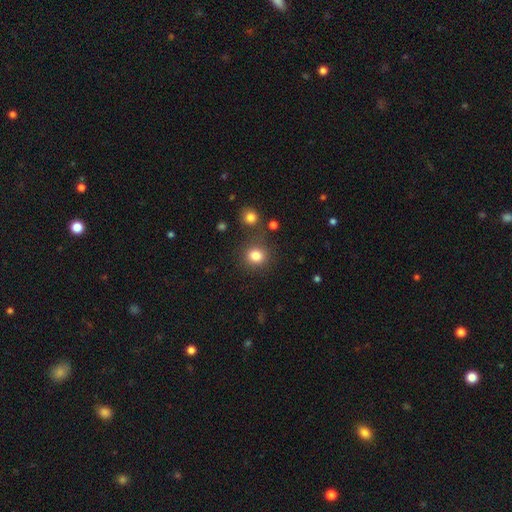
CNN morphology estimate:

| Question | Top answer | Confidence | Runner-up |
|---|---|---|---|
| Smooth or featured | smooth | 83% | star or artifact (12%) |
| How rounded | round | 85% | in between (14%) |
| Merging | none | 79% | minor disturbance (10%) |